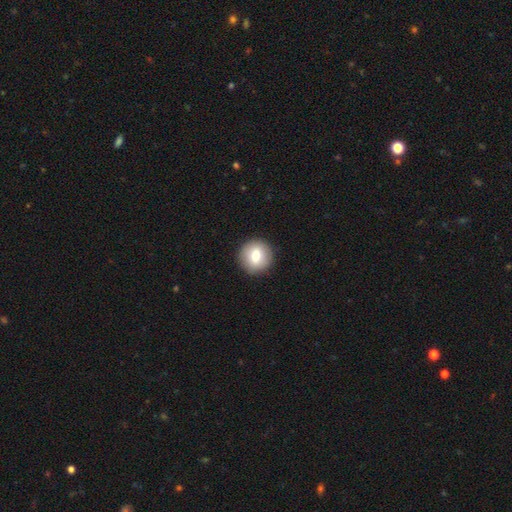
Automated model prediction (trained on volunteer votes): This appears to be a smooth galaxy with no disk features (75%) that is round (93%). Merging: none (92%).